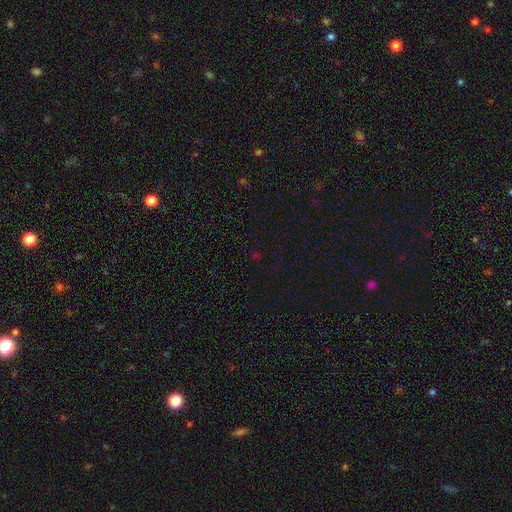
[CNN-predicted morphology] Smooth or featured? Predicted: star or artifact (p=0.65).